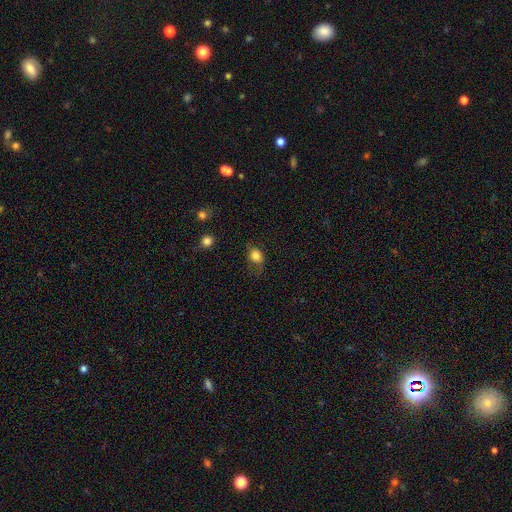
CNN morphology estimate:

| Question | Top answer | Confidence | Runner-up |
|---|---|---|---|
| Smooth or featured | smooth | 81% | star or artifact (10%) |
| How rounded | round | 53% | in between (46%) |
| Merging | none | 51% | minor disturbance (30%) |